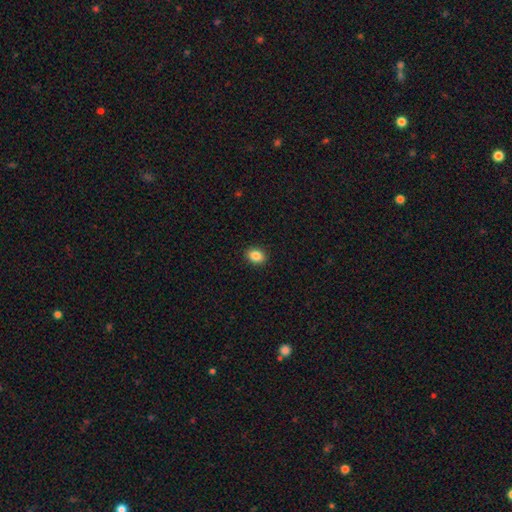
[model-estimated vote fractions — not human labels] A smooth galaxy with no disk features (86%) that is in between round and cigar-shaped (68%).

Vote fractions:
- Smooth or featured? smooth: 86% / star or artifact: 9% / featured or disk: 5%
- How rounded? in between: 68% / round: 31% / cigar-shaped: 1%
- Merging? none: 91% / minor disturbance: 6% / major disturbance: 2% / merger: 1%